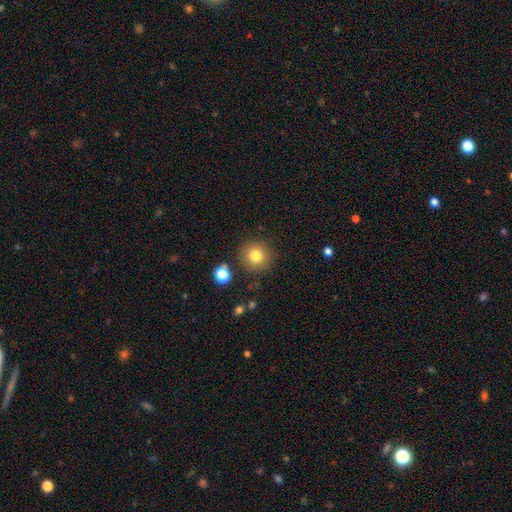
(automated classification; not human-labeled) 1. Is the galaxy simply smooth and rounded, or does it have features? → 80% smooth, 11% star or artifact, 8% featured or disk.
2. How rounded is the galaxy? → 94% round, 5% in between, 1% cigar-shaped.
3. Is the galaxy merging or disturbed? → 87% none, 7% minor disturbance, 3% merger, 3% major disturbance.